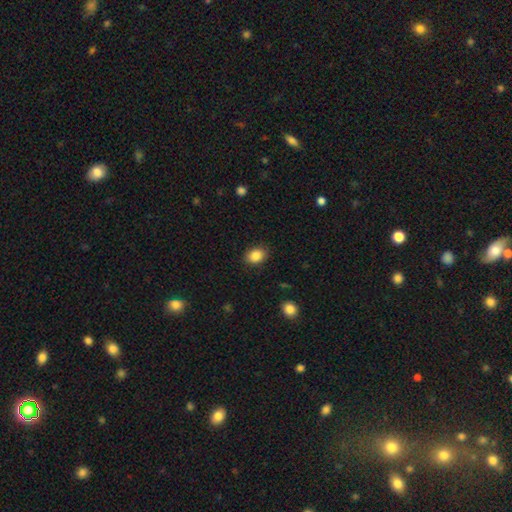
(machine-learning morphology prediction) This appears to be a smooth galaxy with no disk features (87%) that is in between round and cigar-shaped (61%). Merging: none (86%).